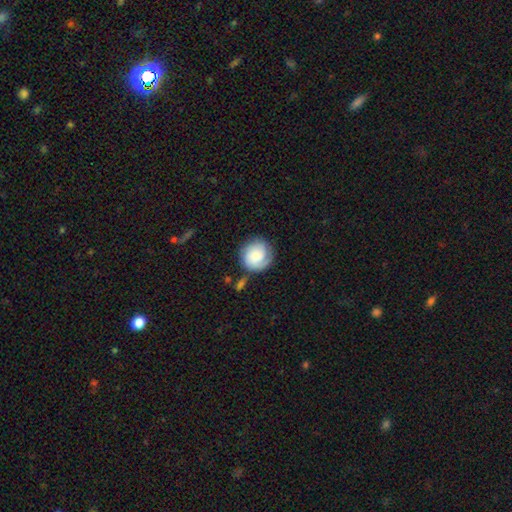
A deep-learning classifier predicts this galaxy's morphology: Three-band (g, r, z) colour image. It shows a smooth galaxy with no disk features (59%) that is round (87%). Merging: none (64%).